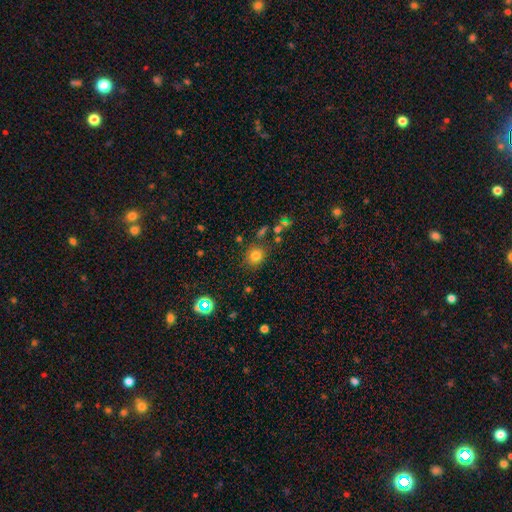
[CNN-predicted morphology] A smooth galaxy with no disk features (79%) that is round (76%).

Vote fractions:
- Smooth or featured? smooth: 79% / star or artifact: 14% / featured or disk: 7%
- How rounded? round: 76% / in between: 23% / cigar-shaped: 1%
- Merging? none: 79% / minor disturbance: 12% / merger: 5% / major disturbance: 4%